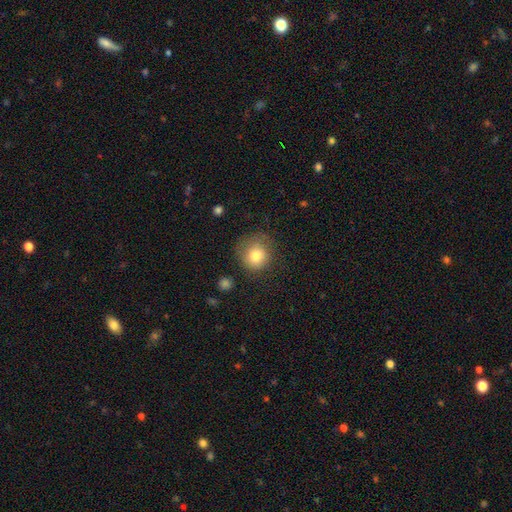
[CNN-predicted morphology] Smooth or featured?
  - smooth: 79% *
  - featured or disk: 12%
  - star or artifact: 9%
How rounded?
  - round: 87% *
  - in between: 12%
  - cigar-shaped: 1%
Merging?
  - none: 65% *
  - minor disturbance: 22%
  - major disturbance: 11%
  - merger: 2%